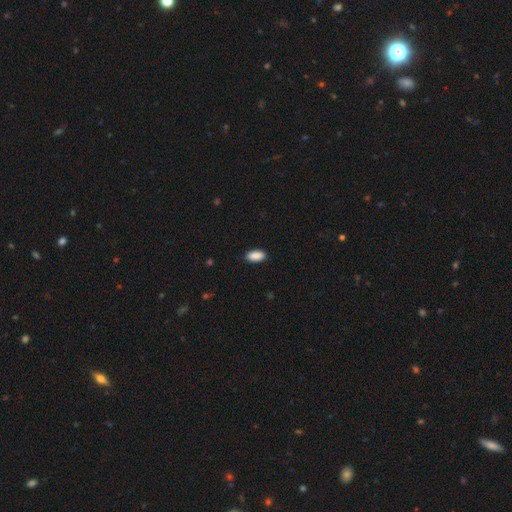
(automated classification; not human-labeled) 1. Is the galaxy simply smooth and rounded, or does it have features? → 90% smooth, 7% star or artifact, 3% featured or disk.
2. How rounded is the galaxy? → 91% in between, 6% cigar-shaped, 2% round.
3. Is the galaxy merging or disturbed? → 89% none, 8% minor disturbance, 2% major disturbance, 1% merger.